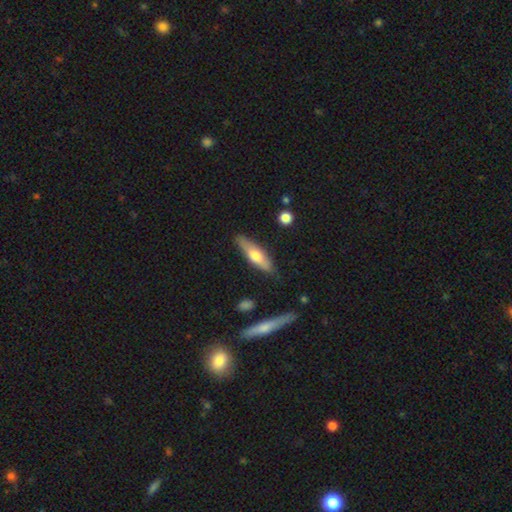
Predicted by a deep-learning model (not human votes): smooth-or-featured: smooth: 53% | featured or disk: 41% | star or artifact: 5%
  how-rounded: cigar-shaped: 63% | in between: 35% | round: 2%
  merging: none: 82% | minor disturbance: 13% | major disturbance: 3% | merger: 2%